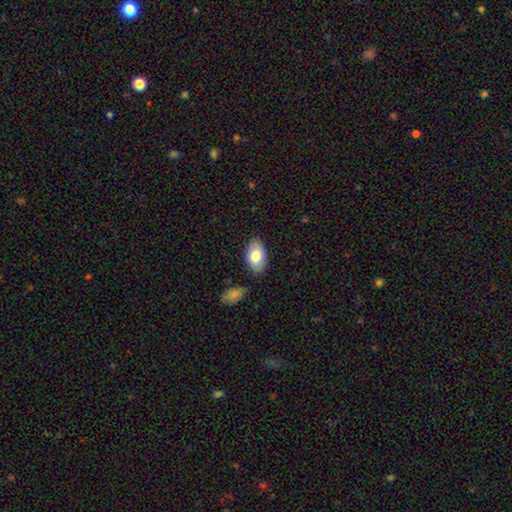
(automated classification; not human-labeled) Smooth or featured: smooth — 78% (featured or disk — 16%)
How rounded: in between — 93% (round — 6%)
Merging: none — 83% (minor disturbance — 12%)